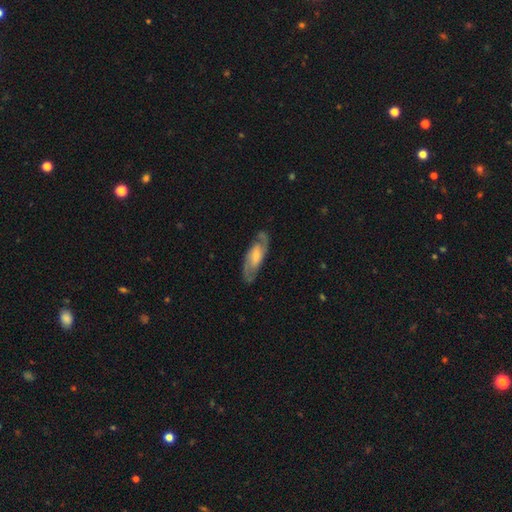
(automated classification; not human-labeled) Morphology: type=featured or disk (74%); edge-on=no (89%); bar=weak (43%); spiral arms=yes (92%); winding=medium (50%); arm count=2 (87%); bulge=small (42%); merging=none (80%).